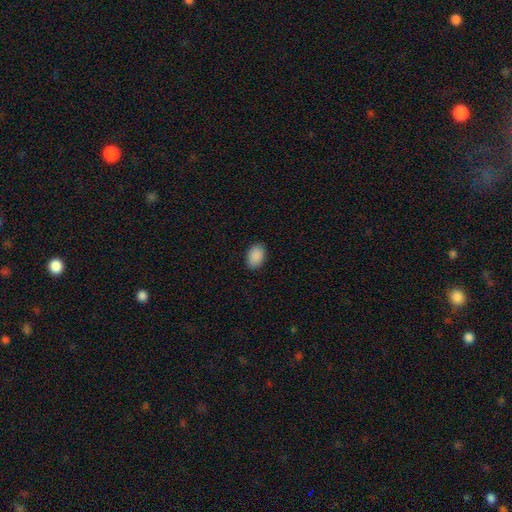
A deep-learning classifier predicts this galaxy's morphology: A smooth galaxy with no disk features (90%) that is in between round and cigar-shaped (87%).

Vote fractions:
- Smooth or featured? smooth: 90% / star or artifact: 7% / featured or disk: 3%
- How rounded? in between: 87% / round: 12% / cigar-shaped: 1%
- Merging? none: 87% / minor disturbance: 9% / major disturbance: 2% / merger: 1%